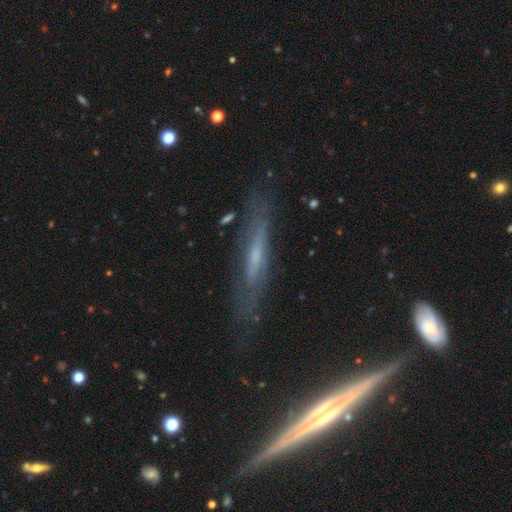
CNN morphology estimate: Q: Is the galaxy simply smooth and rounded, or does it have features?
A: featured or disk — 62%.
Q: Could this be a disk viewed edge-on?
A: yes — 79%.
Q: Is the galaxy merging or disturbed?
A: none — 74%.